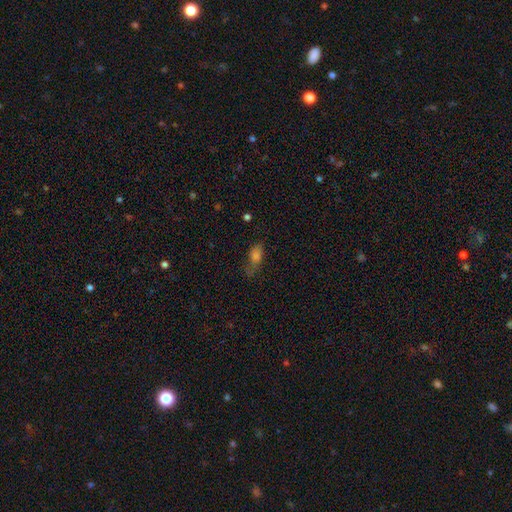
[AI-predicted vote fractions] Smooth or featured? Predicted: smooth (p=0.61). How rounded? Predicted: in between (p=0.76). Merging? Predicted: none (p=0.51).